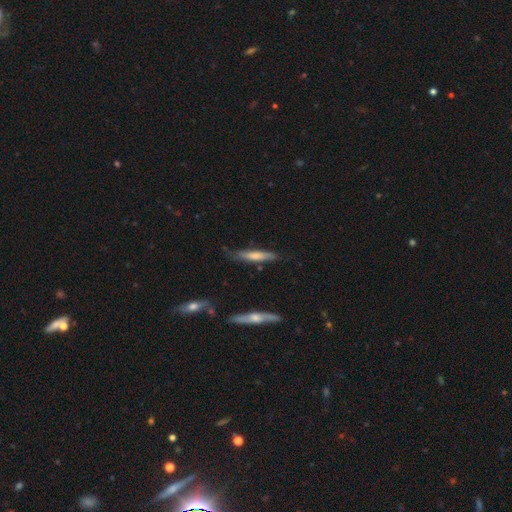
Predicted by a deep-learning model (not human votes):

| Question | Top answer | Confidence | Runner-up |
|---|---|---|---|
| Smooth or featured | smooth | 62% | featured or disk (32%) |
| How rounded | cigar-shaped | 87% | in between (12%) |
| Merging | none | 66% | minor disturbance (25%) |